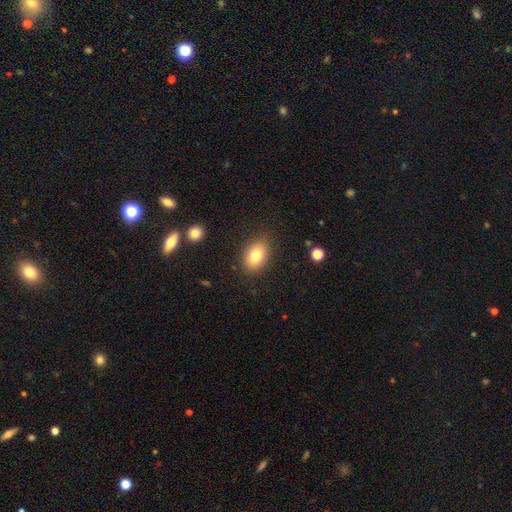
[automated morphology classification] Smooth or featured? smooth (79%)
How rounded? in between (79%)
Merging? none (84%)